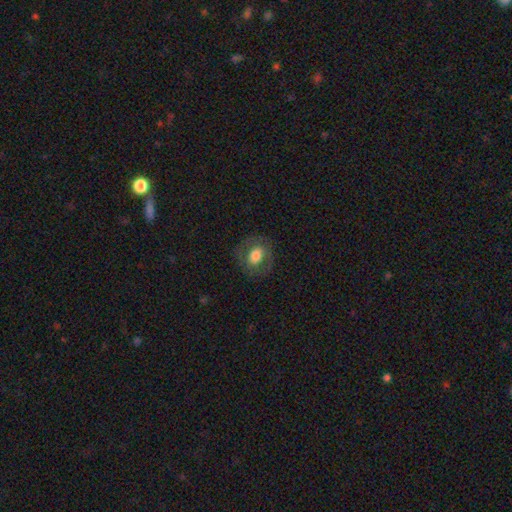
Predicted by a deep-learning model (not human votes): Overall: smooth (60%; featured or disk 32%). How rounded: round (56%; in between 43%). Merging: none (78%).